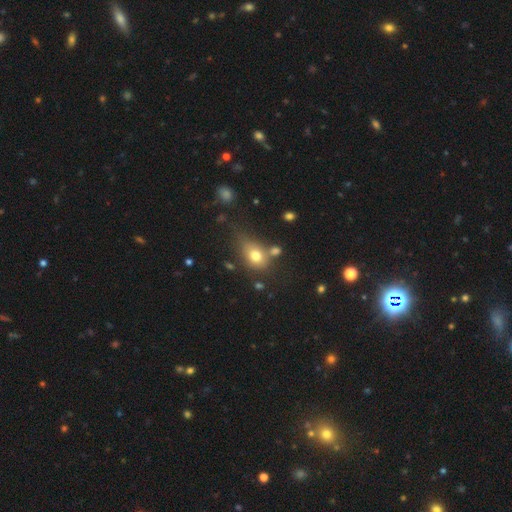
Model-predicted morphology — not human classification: The model was most divided on "merging": none: 49%, minor disturbance: 24%, merger: 16%, major disturbance: 11%. More confident: smooth or featured — smooth (75%); how rounded — in between (69%).